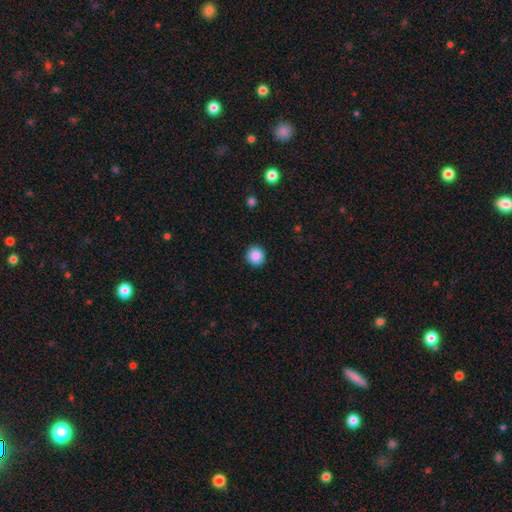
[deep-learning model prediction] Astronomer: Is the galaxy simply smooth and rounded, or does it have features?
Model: smooth — 87%.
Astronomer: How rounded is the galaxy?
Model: round — 93%.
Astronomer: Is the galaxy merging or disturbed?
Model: none — 92%.